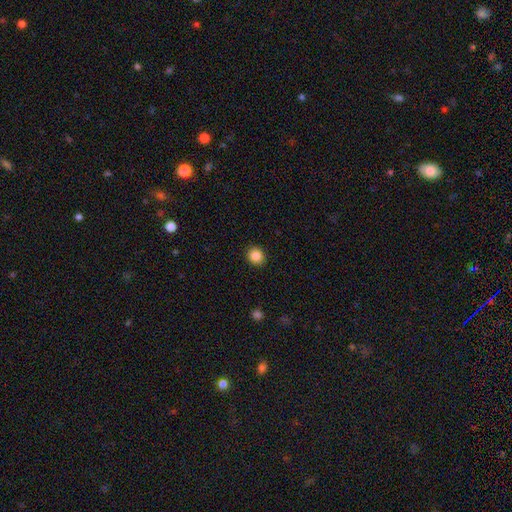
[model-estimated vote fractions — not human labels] Overall: smooth (86%). How rounded: round (83%). Merging: none (92%).